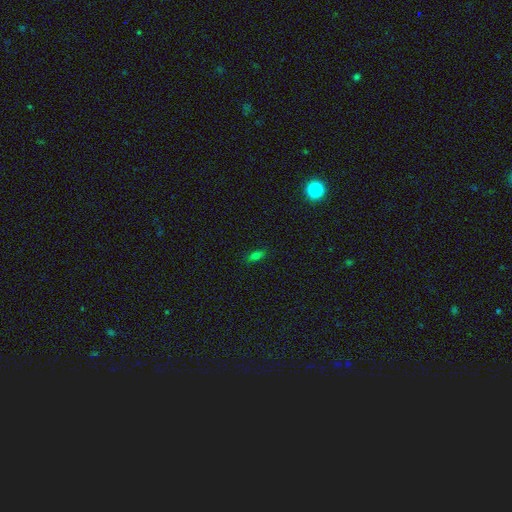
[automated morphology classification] Smooth or featured? smooth (71%)
How rounded? in between (77%)
Merging? none (83%)